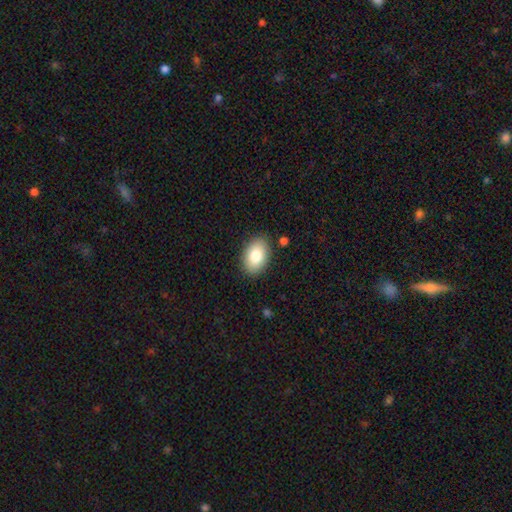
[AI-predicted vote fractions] smooth_or_featured: smooth (p=0.82) [alt: featured or disk p=0.10]
how_rounded: in between (p=0.88) [alt: round p=0.11]
merging: none (p=0.87) [alt: minor disturbance p=0.10]